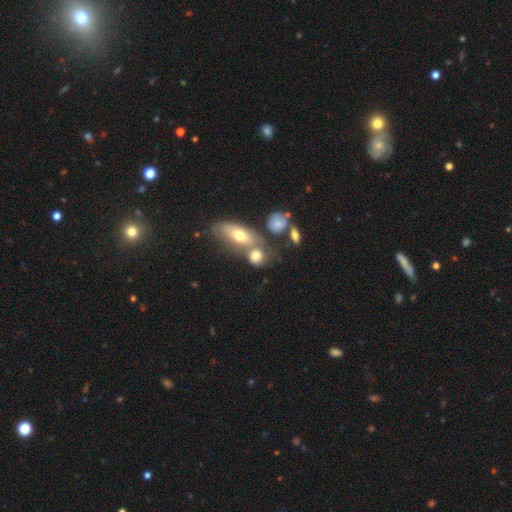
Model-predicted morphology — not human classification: A smooth galaxy with no disk features (72%) that is in between round and cigar-shaped (53%). Merging: merger (46%).